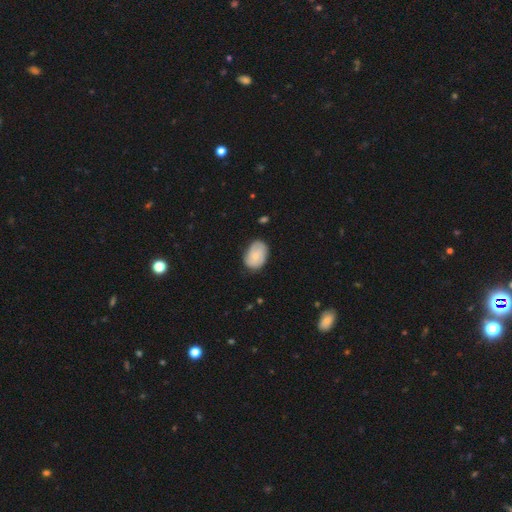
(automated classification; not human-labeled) This is possibly a smooth galaxy (51%). How rounded: clearly in between (81%). Merging: likely none (72%).